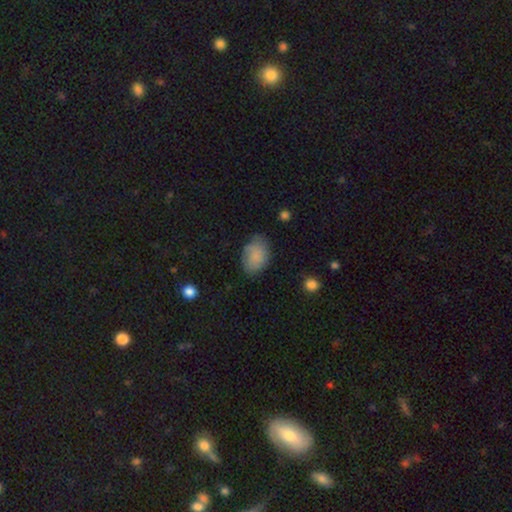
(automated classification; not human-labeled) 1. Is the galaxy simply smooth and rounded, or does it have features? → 81% smooth, 12% featured or disk, 8% star or artifact.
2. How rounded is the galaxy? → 79% in between, 20% round, 1% cigar-shaped.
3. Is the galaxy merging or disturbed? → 65% none, 26% minor disturbance, 7% major disturbance, 2% merger.